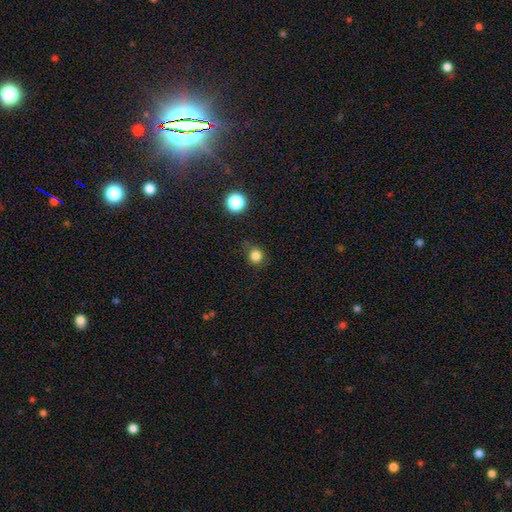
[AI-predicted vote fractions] Morphology: type=smooth (82%); roundness=round (88%); merging=none (75%).